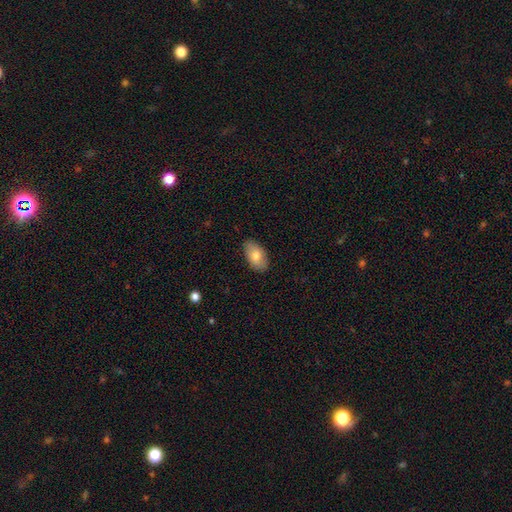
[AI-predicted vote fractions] Morphology: type=smooth (76%); roundness=in between (94%); merging=none (86%).